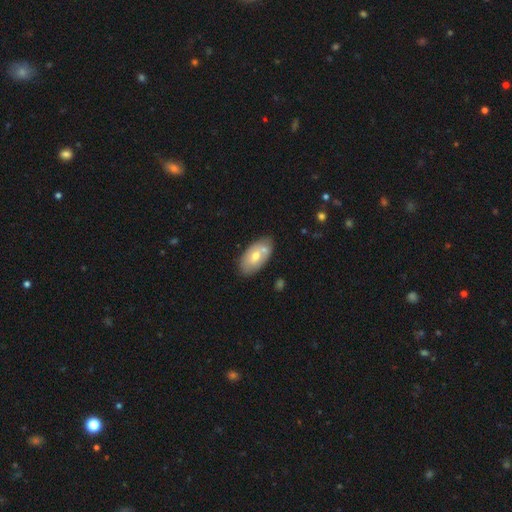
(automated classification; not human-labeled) Q: Smooth or featured?
A: smooth (62%); runner-up: featured or disk (32%)
Q: How rounded?
A: in between (93%); runner-up: round (4%)
Q: Merging?
A: none (65%); runner-up: merger (17%)